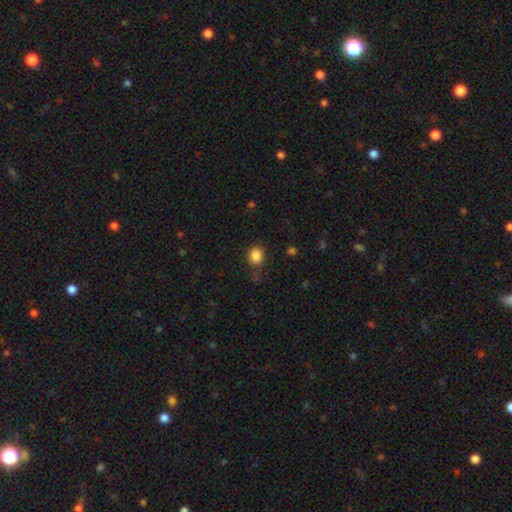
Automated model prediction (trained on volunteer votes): Morphology: type=smooth (86%); roundness=round (73%); merging=none (75%).